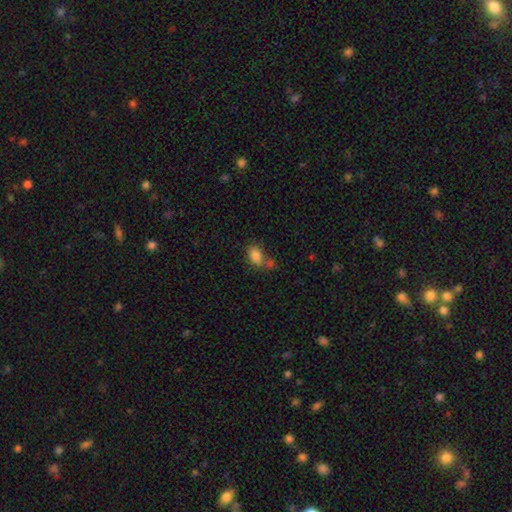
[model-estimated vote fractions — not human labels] Overall: smooth (81%). How rounded: in between (84%). Merging: none (43%; merger 32%).